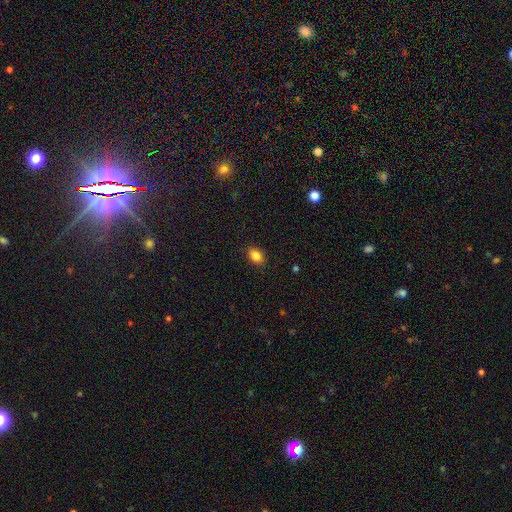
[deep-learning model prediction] smooth_or_featured: smooth (p=0.85) [alt: star or artifact p=0.10]
how_rounded: in between (p=0.73) [alt: round p=0.26]
merging: none (p=0.87) [alt: minor disturbance p=0.09]